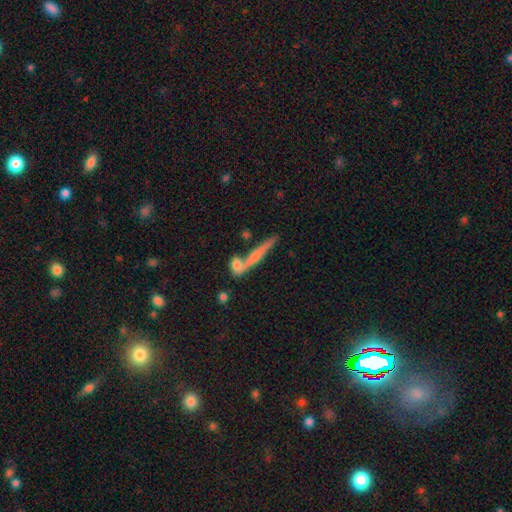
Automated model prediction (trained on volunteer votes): smooth-or-featured: featured or disk: 47% | smooth: 46% | star or artifact: 7%
  merging: none: 60% | merger: 25% | minor disturbance: 11% | major disturbance: 4%